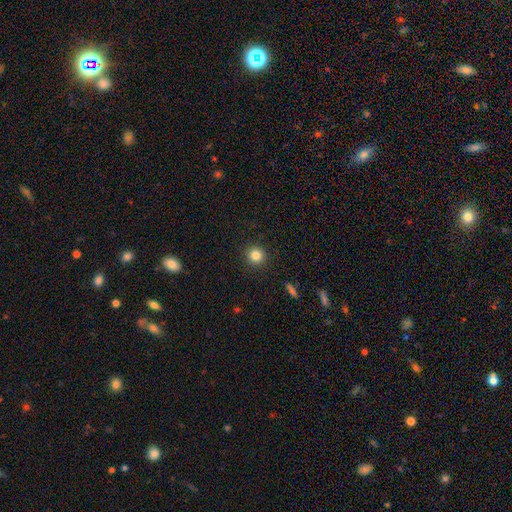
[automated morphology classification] Smooth or featured?
  - smooth: 83% *
  - star or artifact: 11%
  - featured or disk: 6%
How rounded?
  - round: 94% *
  - in between: 5%
  - cigar-shaped: 1%
Merging?
  - none: 92% *
  - minor disturbance: 5%
  - major disturbance: 2%
  - merger: 1%